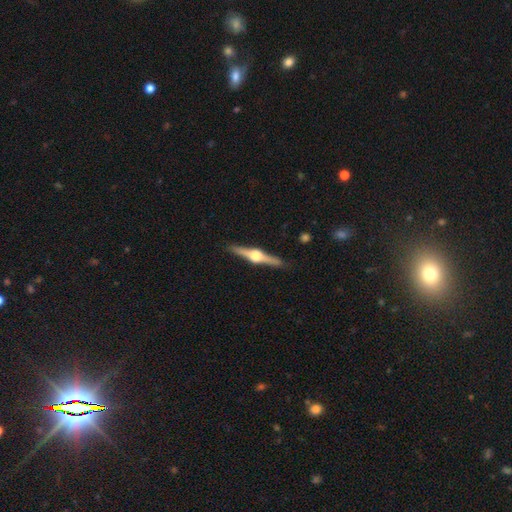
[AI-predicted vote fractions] Smooth or featured? Predicted: featured or disk (p=0.84). Edge-on disk? Predicted: yes (p=0.98). Edge-on bulge? Predicted: rounded (p=0.96). Merging? Predicted: none (p=0.91).